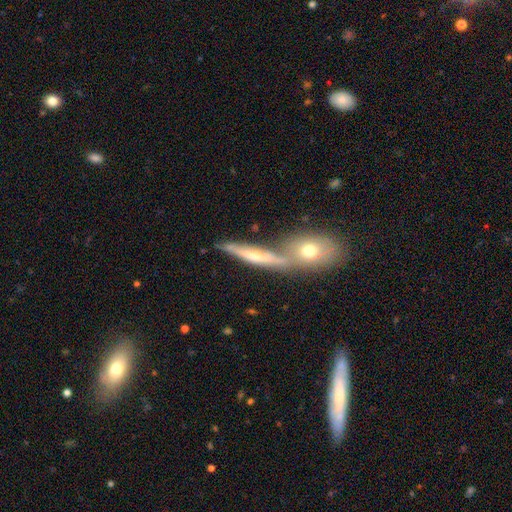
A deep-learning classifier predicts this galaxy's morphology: featured or disk 55%, smooth 36%, star or artifact 9%. Down the decision tree: edge-on disk — yes (79%); merging — none (46%).